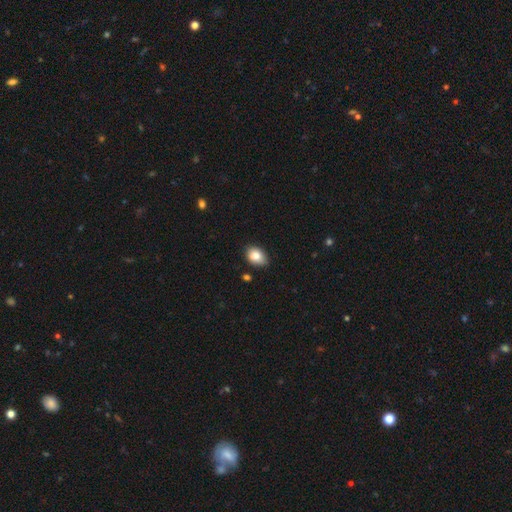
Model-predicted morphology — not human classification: A smooth galaxy with no disk features (84%) that is in between round and cigar-shaped (81%).

Vote fractions:
- Smooth or featured? smooth: 84% / featured or disk: 8% / star or artifact: 8%
- How rounded? in between: 81% / round: 18% / cigar-shaped: 1%
- Merging? none: 80% / minor disturbance: 16% / major disturbance: 2% / merger: 2%